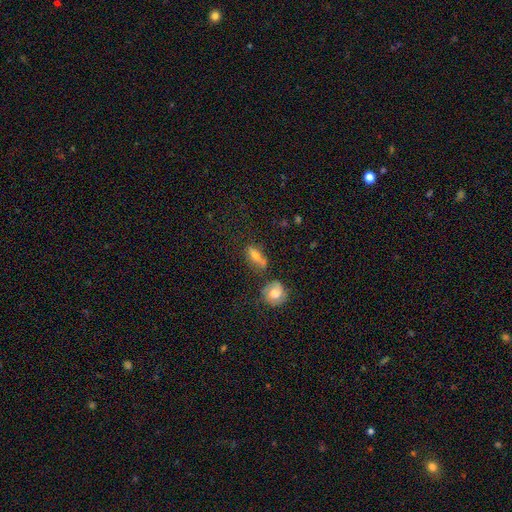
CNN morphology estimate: A smooth galaxy with no disk features (60%) that is in between round and cigar-shaped (55%). Merging: none (61%).